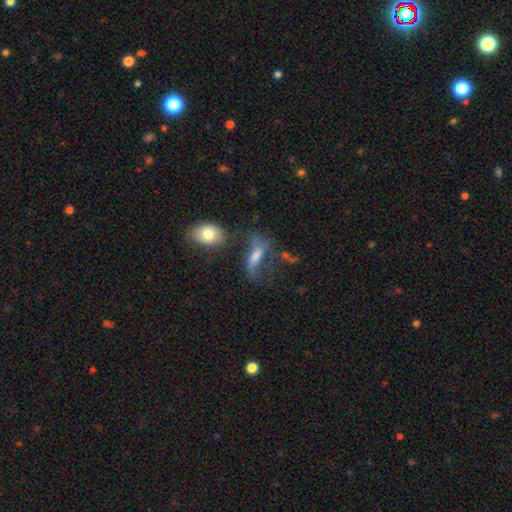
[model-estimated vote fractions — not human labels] Smooth or featured? smooth (45%)
Merging? none (39%)